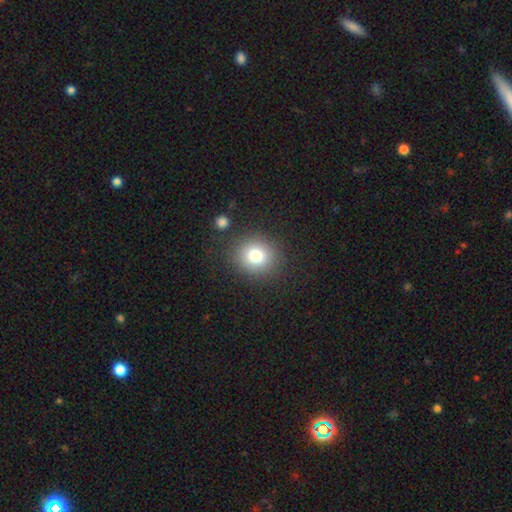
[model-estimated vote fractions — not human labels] smooth_or_featured: smooth (p=0.77) [alt: star or artifact p=0.13]
how_rounded: round (p=0.84) [alt: in between p=0.15]
merging: none (p=0.86) [alt: minor disturbance p=0.08]